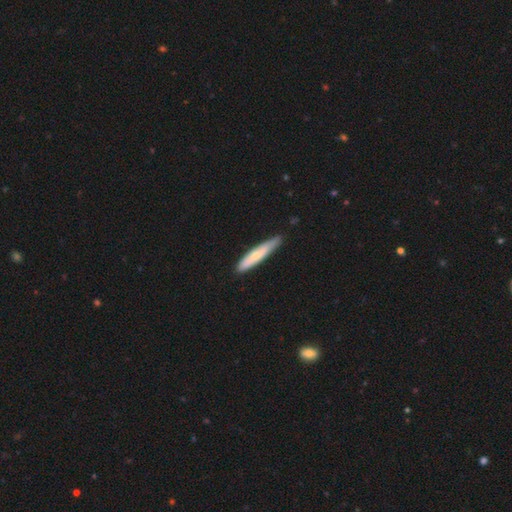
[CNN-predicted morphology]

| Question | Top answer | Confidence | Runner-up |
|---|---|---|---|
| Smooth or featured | smooth | 64% | featured or disk (30%) |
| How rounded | cigar-shaped | 90% | in between (8%) |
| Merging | none | 80% | minor disturbance (16%) |